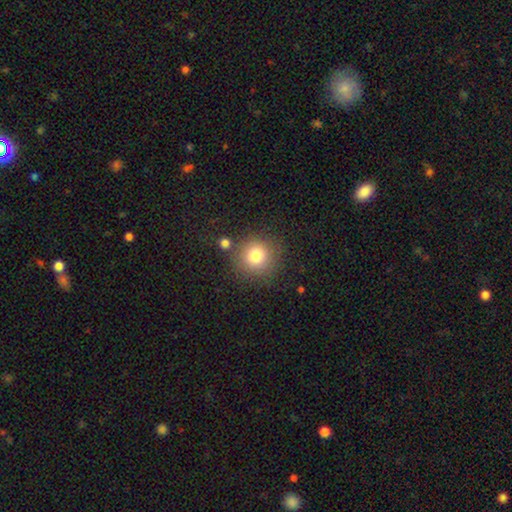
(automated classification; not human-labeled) smooth 79%, star or artifact 12%, featured or disk 9%. Down the decision tree: how rounded — round (92%); merging — none (79%).